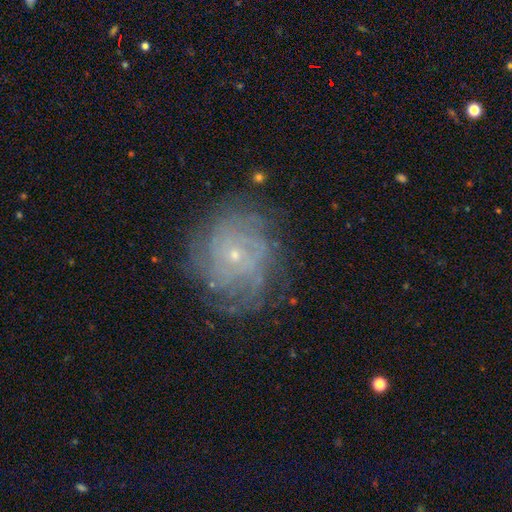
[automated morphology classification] The model was most divided on "smooth or featured": featured or disk: 50%, star or artifact: 30%, smooth: 20%. More confident: edge-on disk — no (95%); merging — none (82%).